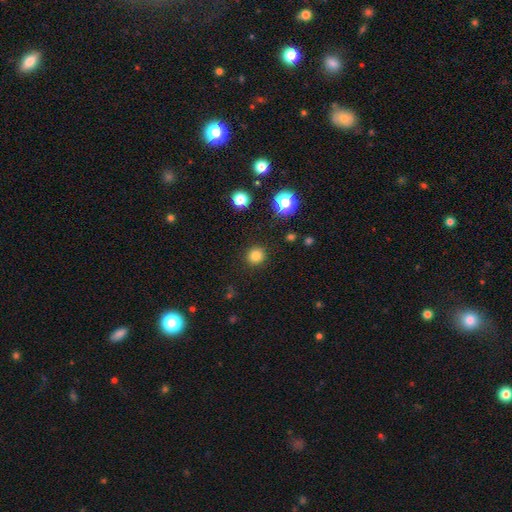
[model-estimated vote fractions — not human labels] Smooth or featured? Predicted: smooth (p=0.81). How rounded? Predicted: round (p=0.93). Merging? Predicted: none (p=0.91).